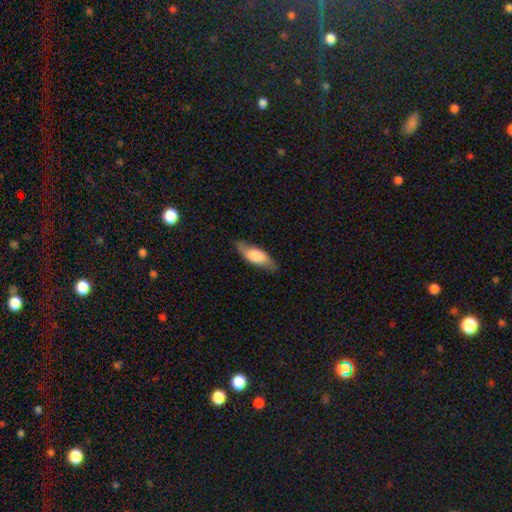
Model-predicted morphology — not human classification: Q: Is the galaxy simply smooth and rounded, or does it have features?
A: smooth — 55%.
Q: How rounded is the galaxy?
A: in between — 70%.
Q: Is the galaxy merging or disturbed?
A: none — 77%.